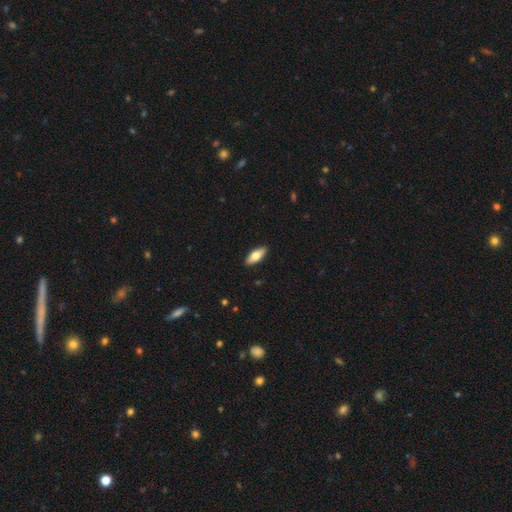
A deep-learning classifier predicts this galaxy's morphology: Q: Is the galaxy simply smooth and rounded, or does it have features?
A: smooth — 65%.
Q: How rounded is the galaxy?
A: in between — 72%.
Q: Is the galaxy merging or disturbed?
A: none — 90%.